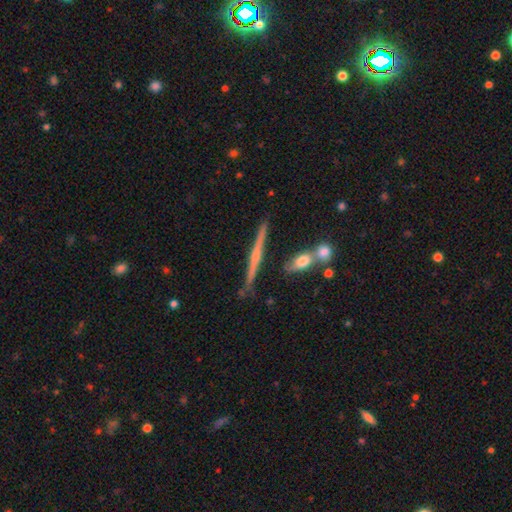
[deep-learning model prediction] This appears to be a featured or disk galaxy (76%) viewed edge-on (98%) with a rounded central bulge (66%). Merging: none (81%).